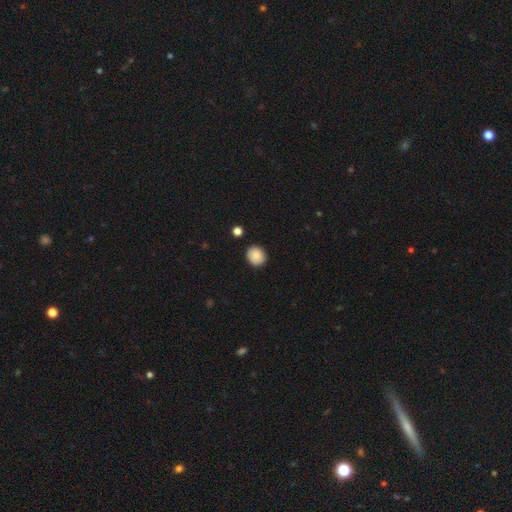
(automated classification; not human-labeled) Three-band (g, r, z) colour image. It shows a smooth galaxy with no disk features (85%) that is round (75%). Merging: none (87%).